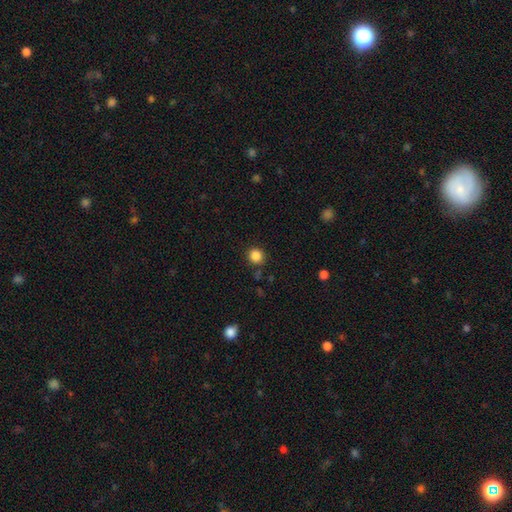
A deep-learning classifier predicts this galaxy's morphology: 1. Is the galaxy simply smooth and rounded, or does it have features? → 85% smooth, 11% star or artifact, 3% featured or disk.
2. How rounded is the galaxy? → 89% round, 10% in between, 1% cigar-shaped.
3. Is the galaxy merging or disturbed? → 87% none, 8% minor disturbance, 3% major disturbance, 2% merger.